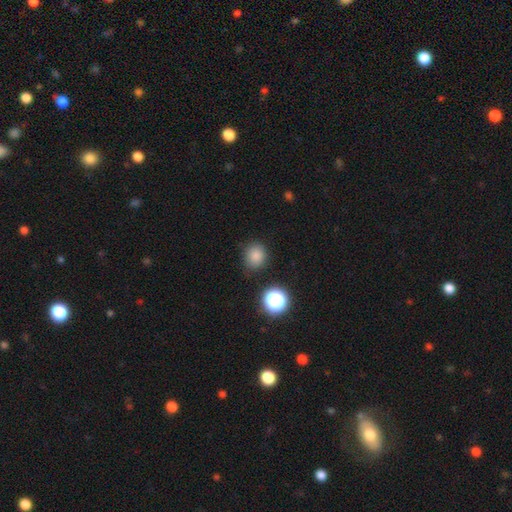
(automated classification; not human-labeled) smooth 82%, star or artifact 14%, featured or disk 4%. Down the decision tree: how rounded — round (82%); merging — none (82%).